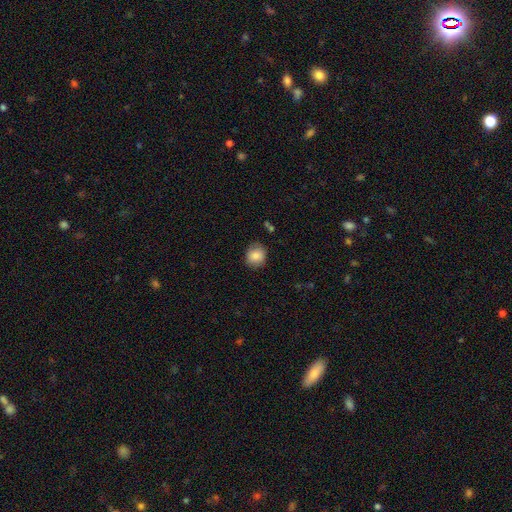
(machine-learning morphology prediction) Smooth or featured? Predicted: smooth (p=0.84). How rounded? Predicted: round (p=0.74). Merging? Predicted: none (p=0.83).